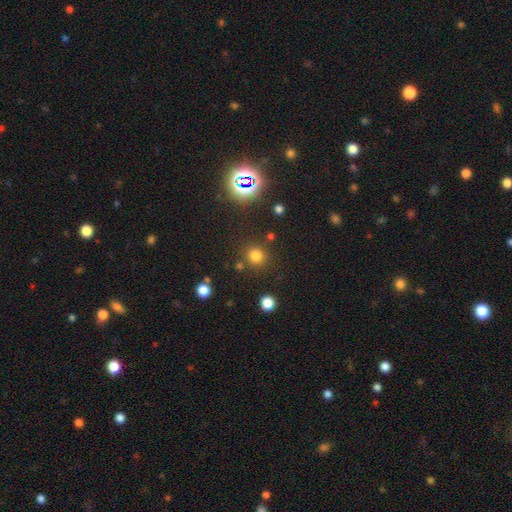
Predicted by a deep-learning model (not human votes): This appears to be a smooth galaxy with no disk features (74%) that is round (91%). Merging: none (83%).